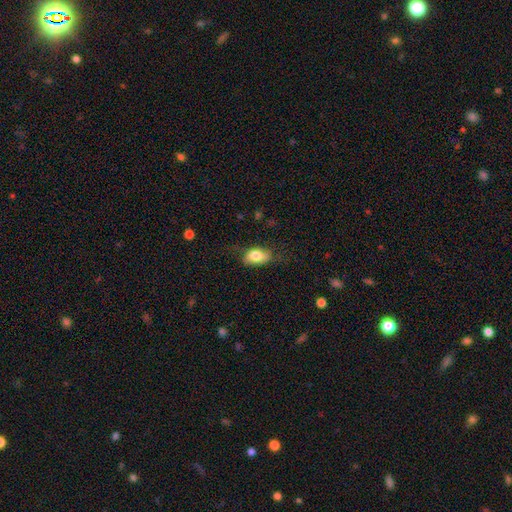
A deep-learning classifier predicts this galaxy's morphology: Q: Smooth or featured?
A: smooth (78%); runner-up: featured or disk (15%)
Q: How rounded?
A: in between (88%); runner-up: round (8%)
Q: Merging?
A: none (64%); runner-up: minor disturbance (25%)